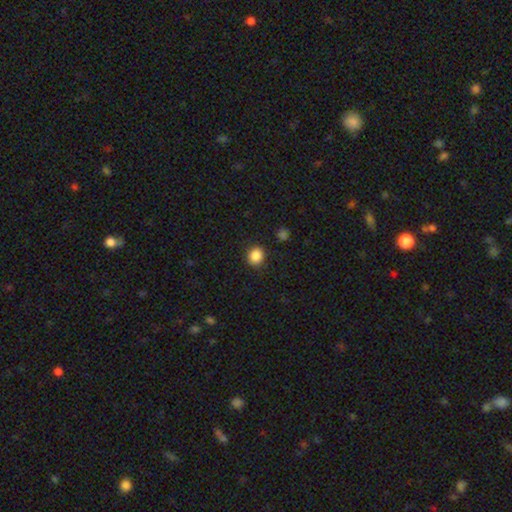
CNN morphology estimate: A smooth galaxy with no disk features (87%) that is round (80%). Merging: none (88%).